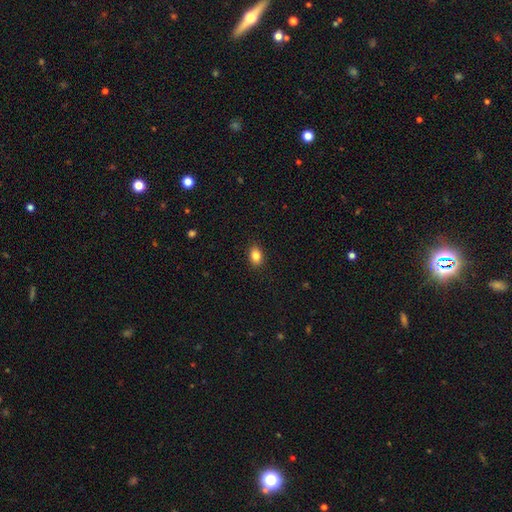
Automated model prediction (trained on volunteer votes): Overall: smooth (85%). How rounded: in between (79%). Merging: none (89%).